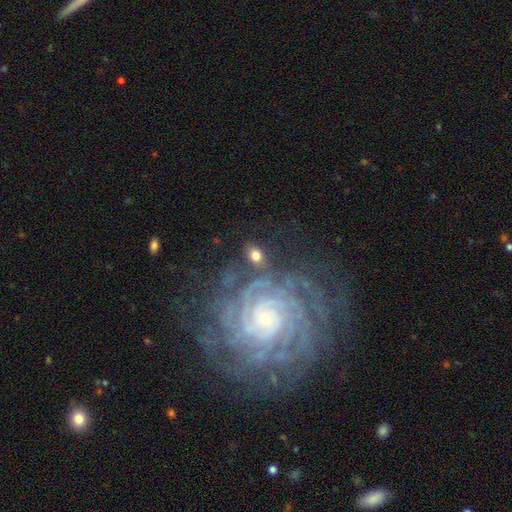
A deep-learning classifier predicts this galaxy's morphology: The model was most divided on "smooth or featured": smooth: 57%, featured or disk: 33%, star or artifact: 10%. More confident: merging — none (73%); how rounded — in between (72%).